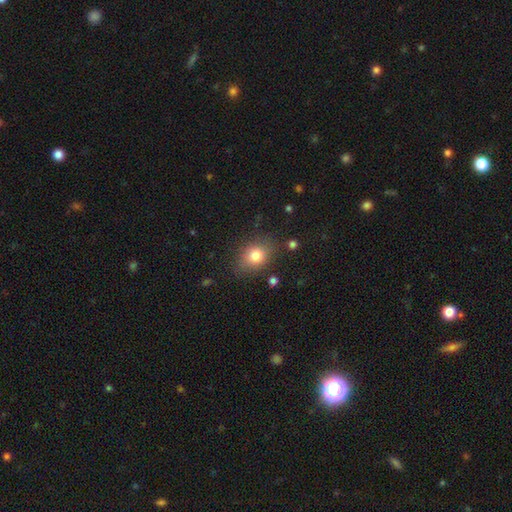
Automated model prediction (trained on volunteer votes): Overall: smooth (79%). How rounded: in between (56%; round 43%). Merging: none (76%).